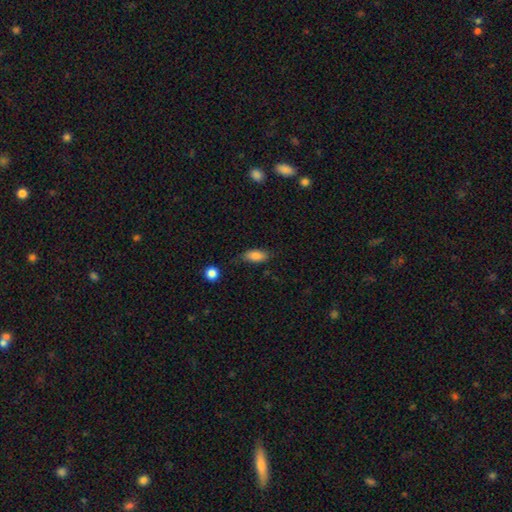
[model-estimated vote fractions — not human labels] The model was most divided on "merging": none: 72%, minor disturbance: 21%, major disturbance: 5%, merger: 3%. More confident: how rounded — in between (86%); smooth or featured — smooth (83%).